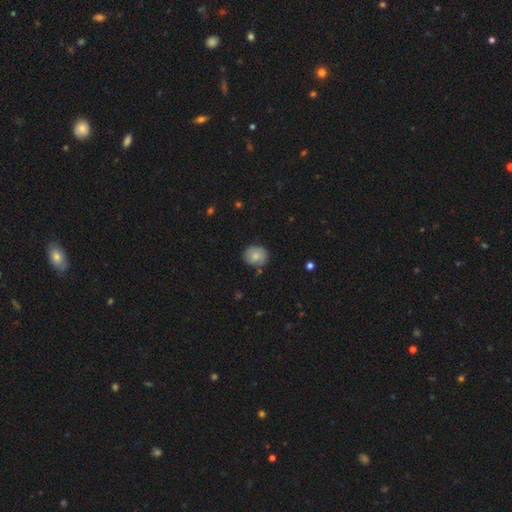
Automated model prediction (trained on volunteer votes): smooth 75%, featured or disk 17%, star or artifact 8%. Down the decision tree: how rounded — round (72%); merging — none (75%).